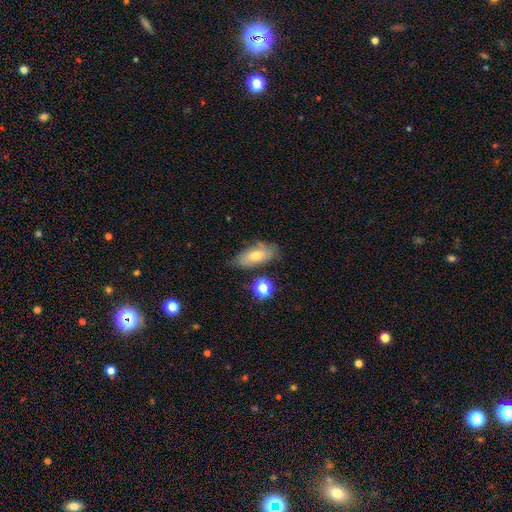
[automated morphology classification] Overall: smooth (58%; featured or disk 32%). How rounded: in between (79%). Merging: none (67%).